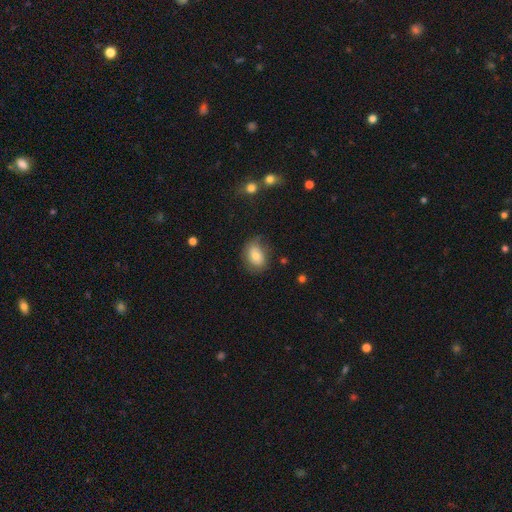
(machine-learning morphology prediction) This is likely a smooth galaxy (73%). How rounded: likely in between (76%). Merging: likely none (63%).